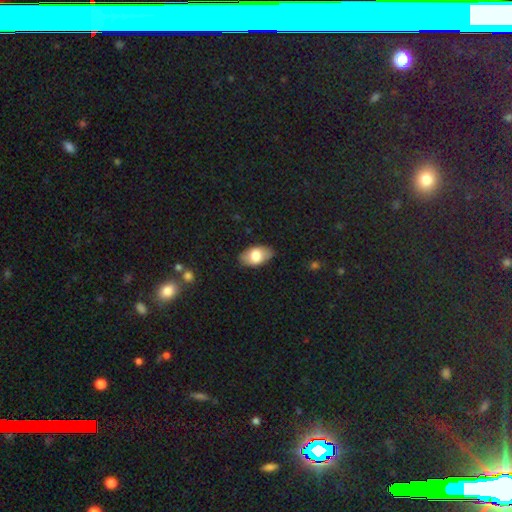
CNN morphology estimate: Smooth or featured? smooth (75%)
How rounded? in between (93%)
Merging? none (84%)